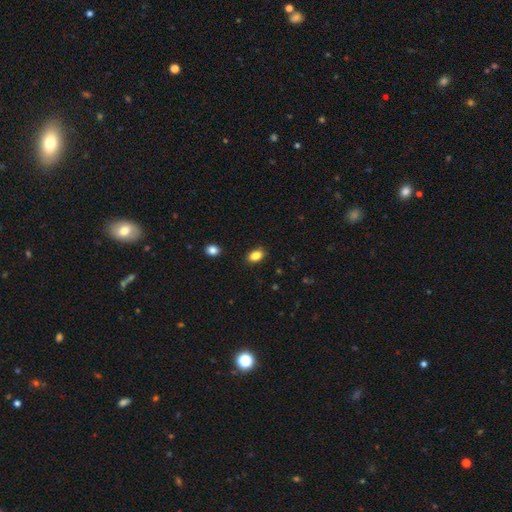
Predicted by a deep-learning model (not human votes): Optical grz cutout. It shows a smooth galaxy with no disk features (86%) that is in between round and cigar-shaped (84%). Merging: none (87%).